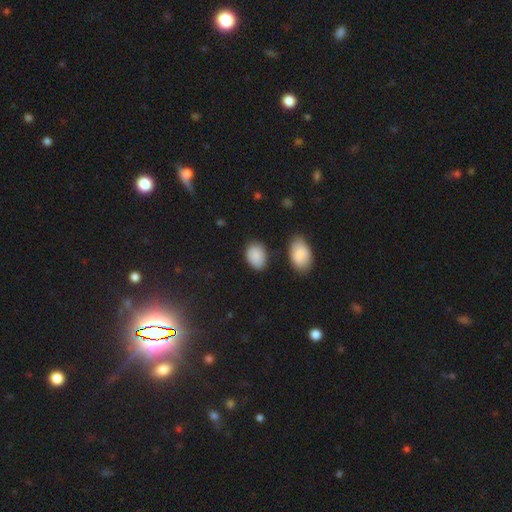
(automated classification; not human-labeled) Morphology: type=smooth (88%); roundness=in between (80%); merging=none (75%).